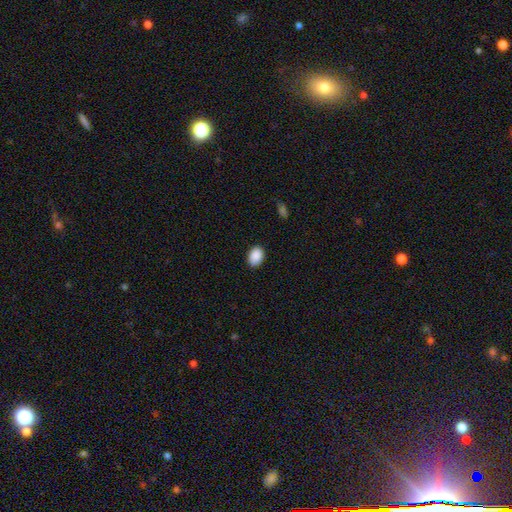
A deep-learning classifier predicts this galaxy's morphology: Smooth or featured: smooth — 90% (star or artifact — 7%)
How rounded: in between — 80% (round — 19%)
Merging: none — 87% (minor disturbance — 10%)